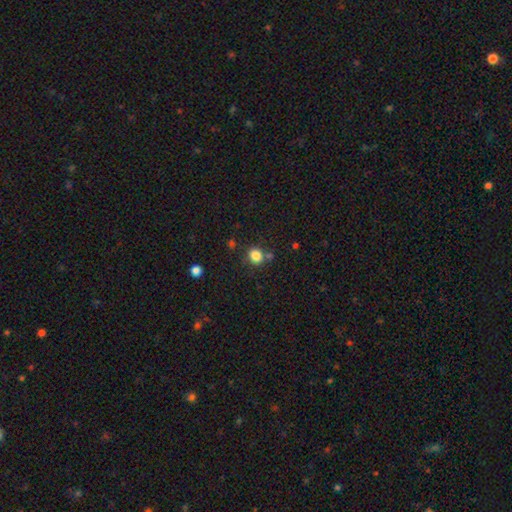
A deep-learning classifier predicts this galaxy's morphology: This is clearly a smooth galaxy (83%). How rounded: likely round (72%). Merging: likely none (73%).